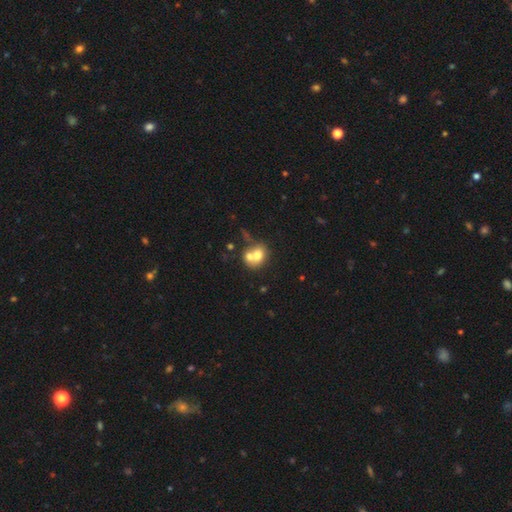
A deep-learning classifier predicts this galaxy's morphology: Smooth or featured?
  - smooth: 68% *
  - featured or disk: 22%
  - star or artifact: 10%
How rounded?
  - round: 59% *
  - in between: 40%
  - cigar-shaped: 1%
Merging?
  - merger: 60% *
  - none: 28%
  - minor disturbance: 8%
  - major disturbance: 4%